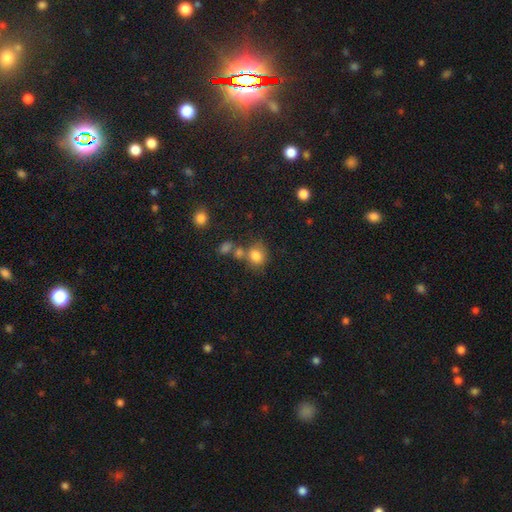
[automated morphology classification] The model was most divided on "merging": none: 55%, merger: 23%, minor disturbance: 16%, major disturbance: 7%. More confident: smooth or featured — smooth (80%); how rounded — round (66%).